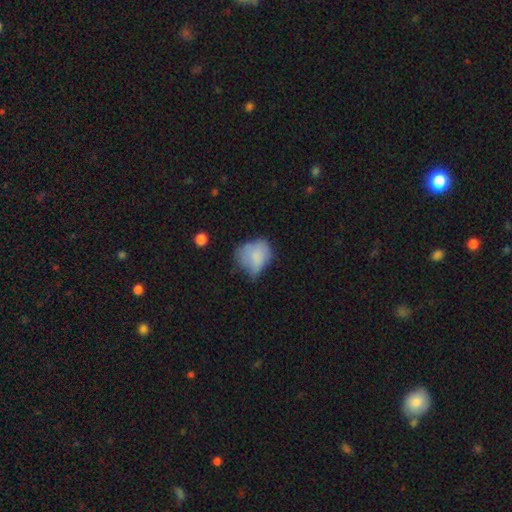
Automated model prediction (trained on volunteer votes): Morphology: type=smooth (74%); roundness=in between (52%); merging=minor disturbance (42%).